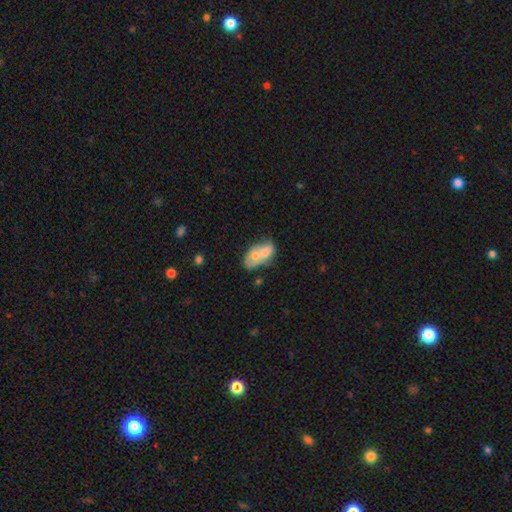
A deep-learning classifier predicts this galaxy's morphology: Smooth or featured: smooth — 56% (featured or disk — 37%)
How rounded: in between — 85% (round — 12%)
Merging: merger — 68% (none — 16%)